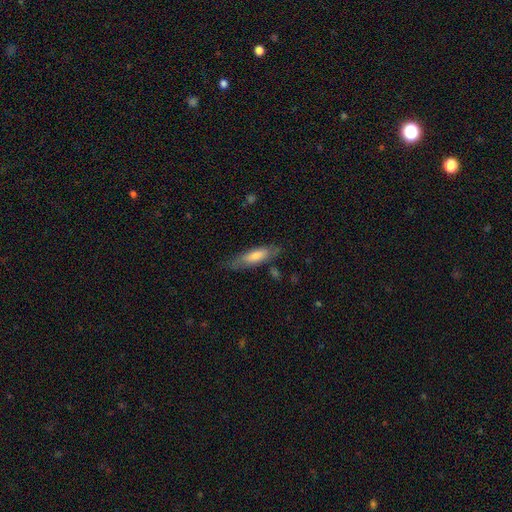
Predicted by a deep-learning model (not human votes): smooth-or-featured: smooth: 66% | featured or disk: 28% | star or artifact: 6%
  how-rounded: cigar-shaped: 62% | in between: 37% | round: 2%
  merging: none: 72% | minor disturbance: 20% | major disturbance: 5% | merger: 2%